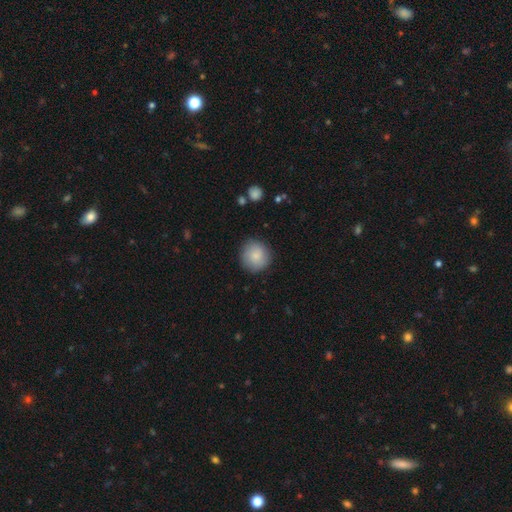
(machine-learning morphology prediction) This appears to be a smooth galaxy with no disk features (85%) that is round (94%). Merging: none (87%).